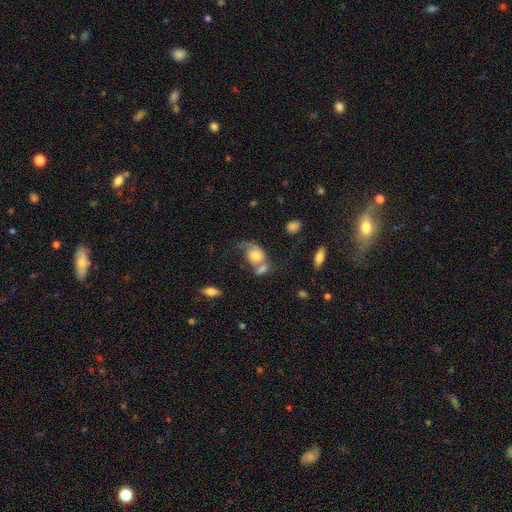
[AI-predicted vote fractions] smooth_or_featured: featured or disk (p=0.49) [alt: smooth p=0.43]
merging: merger (p=0.44) [alt: none p=0.22]